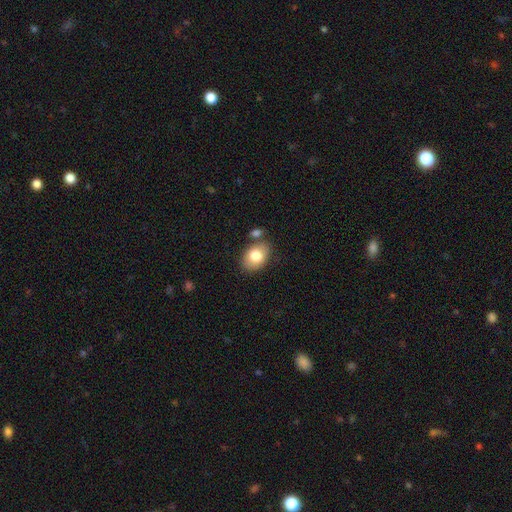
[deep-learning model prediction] A smooth galaxy with no disk features (80%) that is in between round and cigar-shaped (81%).

Vote fractions:
- Smooth or featured? smooth: 80% / featured or disk: 12% / star or artifact: 7%
- How rounded? in between: 81% / round: 18% / cigar-shaped: 1%
- Merging? none: 70% / minor disturbance: 14% / merger: 11% / major disturbance: 4%